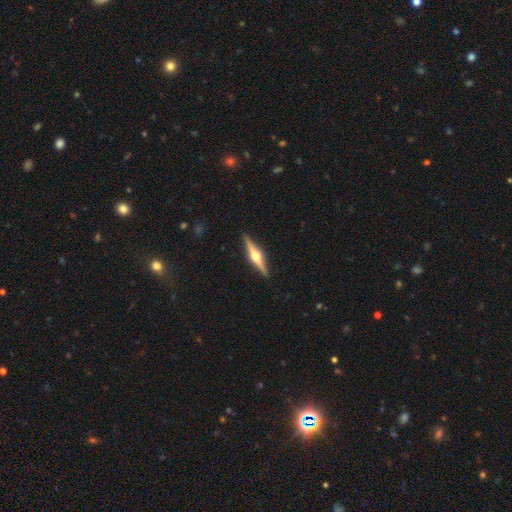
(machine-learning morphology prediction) Overall: featured or disk (83%). Edge-on disk: yes (98%). Edge-on bulge: rounded (96%). Merging: none (92%).